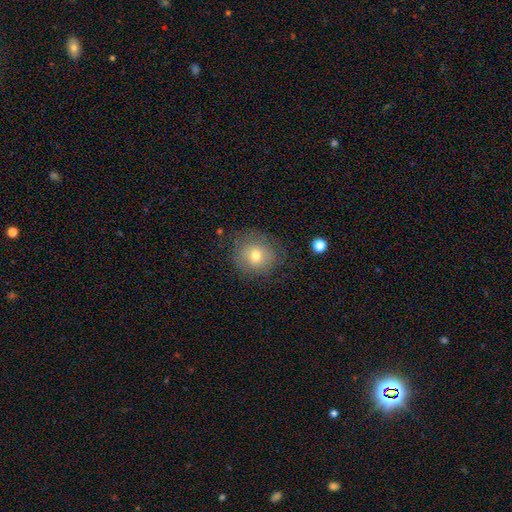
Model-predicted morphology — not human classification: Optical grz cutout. It shows a smooth galaxy with no disk features (71%) that is round (80%). Merging: none (74%).